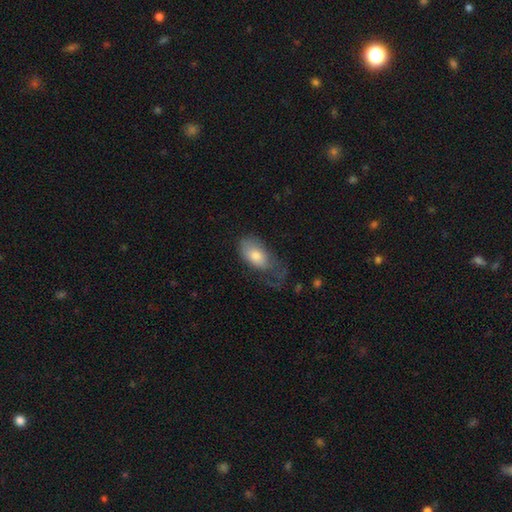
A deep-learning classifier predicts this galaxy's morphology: A smooth galaxy with no disk features (70%) that is in between round and cigar-shaped (91%). Merging: major disturbance (45%).